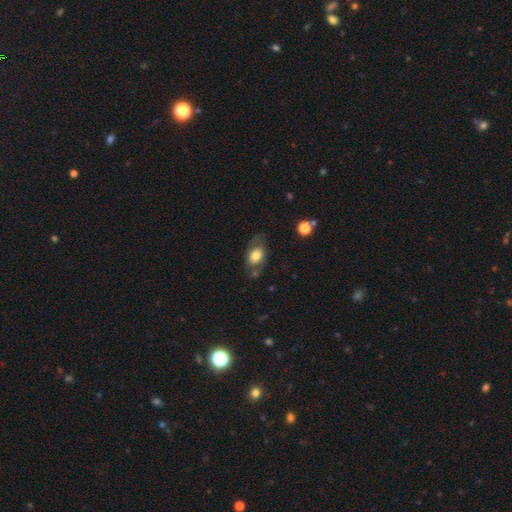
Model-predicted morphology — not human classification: type=smooth (65%); roundness=in between (81%); merging=none (63%).